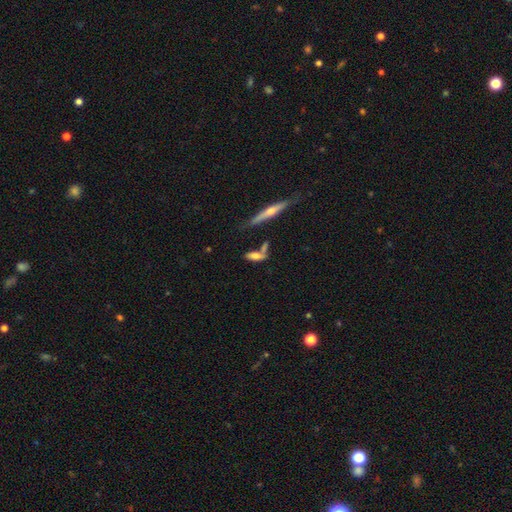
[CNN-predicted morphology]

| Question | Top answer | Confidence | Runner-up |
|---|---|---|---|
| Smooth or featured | smooth | 58% | featured or disk (33%) |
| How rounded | in between | 54% | cigar-shaped (43%) |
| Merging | none | 52% | merger (22%) |